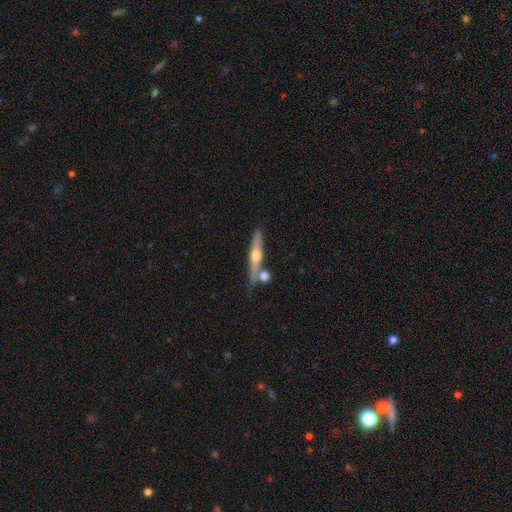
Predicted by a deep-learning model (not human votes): A featured or disk galaxy (63%) viewed edge-on (95%) with a rounded central bulge (92%).

Vote fractions:
- Smooth or featured? featured or disk: 63% / smooth: 31% / star or artifact: 6%
- Edge-on disk? yes: 95% / no: 5%
- Edge-on bulge? rounded: 92% / none: 5% / boxy: 3%
- Merging? none: 68% / merger: 17% / minor disturbance: 11% / major disturbance: 3%